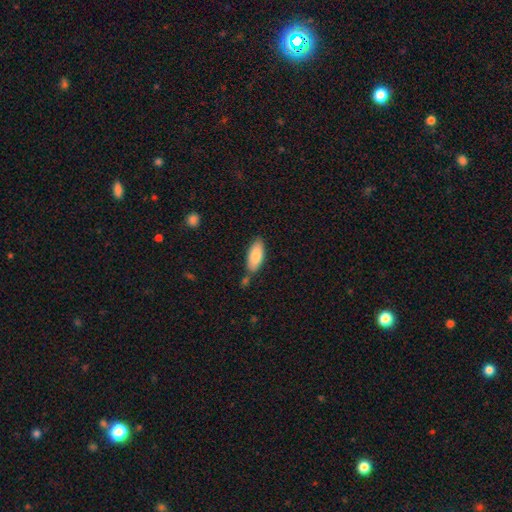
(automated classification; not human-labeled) Smooth or featured: smooth — 84% (featured or disk — 10%)
How rounded: in between — 83% (cigar-shaped — 16%)
Merging: none — 70% (minor disturbance — 17%)